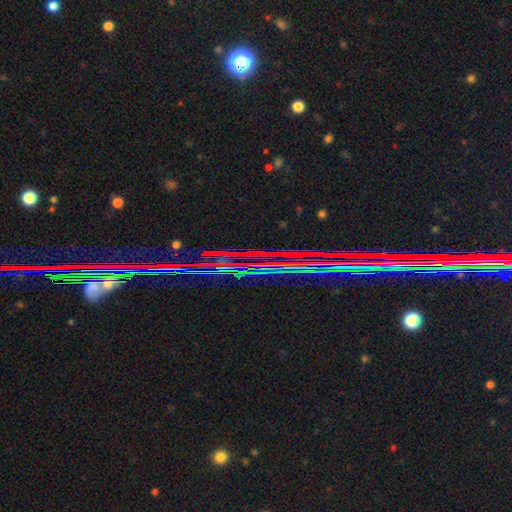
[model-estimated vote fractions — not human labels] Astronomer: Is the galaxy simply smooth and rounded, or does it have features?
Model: star or artifact — 80%.